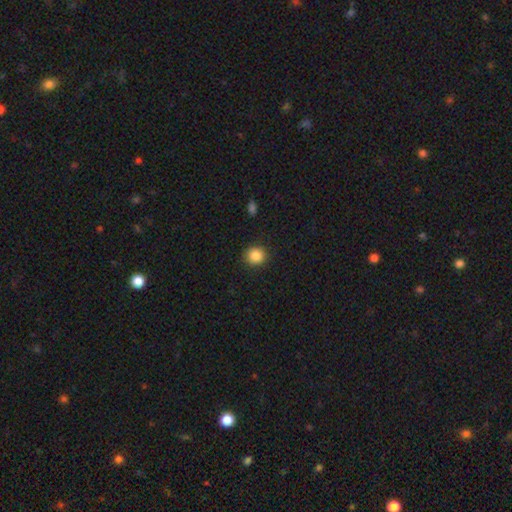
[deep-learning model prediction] Smooth or featured? Predicted: smooth (p=0.86). How rounded? Predicted: round (p=0.89). Merging? Predicted: none (p=0.91).